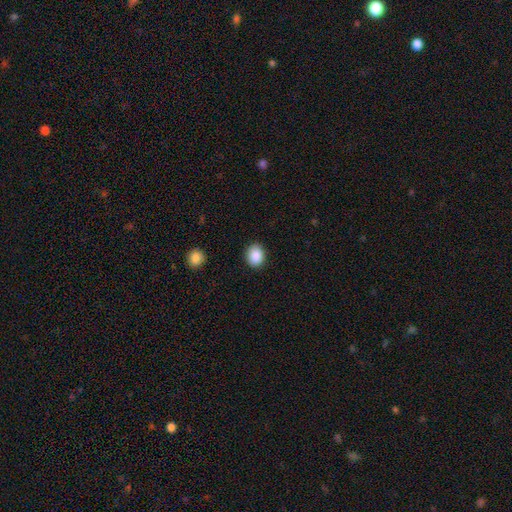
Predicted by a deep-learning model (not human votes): Smooth or featured? smooth (89%)
How rounded? round (54%)
Merging? none (88%)